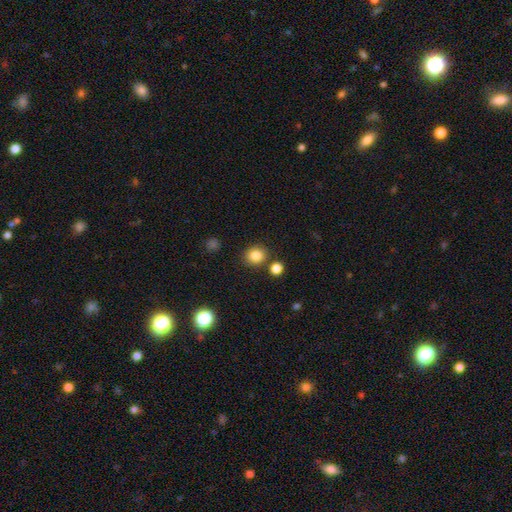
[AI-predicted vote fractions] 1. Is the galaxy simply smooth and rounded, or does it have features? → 85% smooth, 11% star or artifact, 4% featured or disk.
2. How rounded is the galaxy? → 80% round, 20% in between, 1% cigar-shaped.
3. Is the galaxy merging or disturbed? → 82% none, 8% minor disturbance, 7% merger, 3% major disturbance.